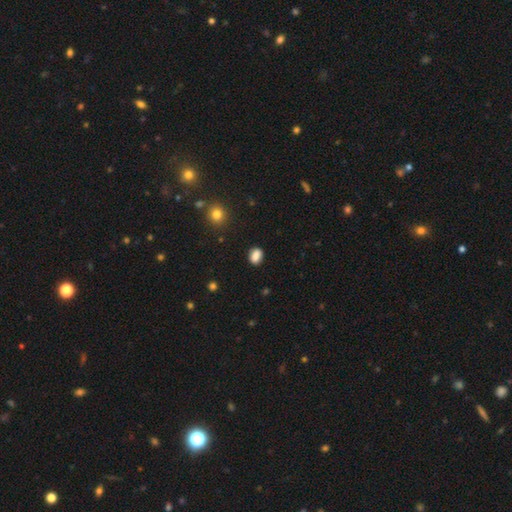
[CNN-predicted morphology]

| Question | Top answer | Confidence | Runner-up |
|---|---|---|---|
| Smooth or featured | smooth | 85% | star or artifact (9%) |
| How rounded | in between | 73% | round (25%) |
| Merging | none | 84% | minor disturbance (11%) |